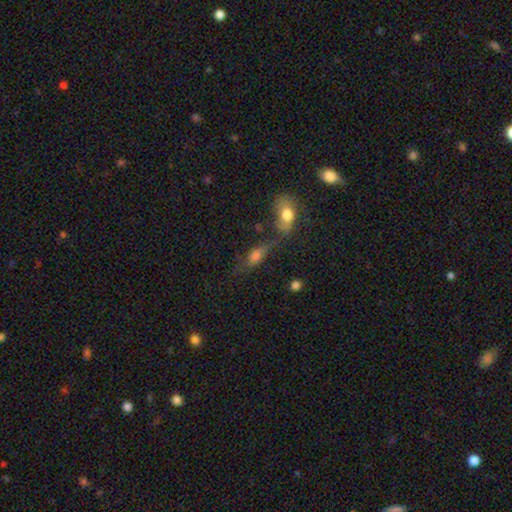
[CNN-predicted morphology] Q: Smooth or featured?
A: smooth (59%); runner-up: featured or disk (26%)
Q: How rounded?
A: in between (68%); runner-up: cigar-shaped (21%)
Q: Merging?
A: none (43%); runner-up: merger (25%)